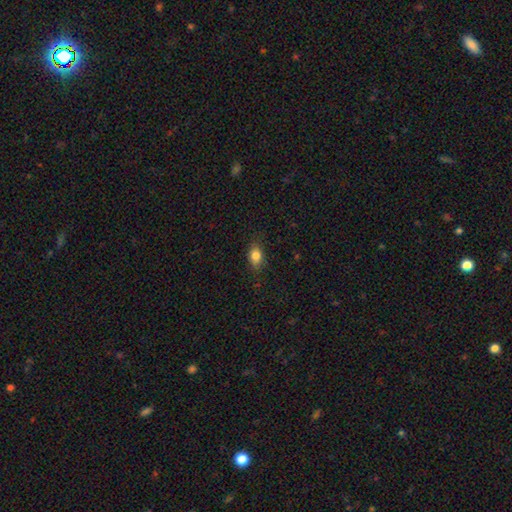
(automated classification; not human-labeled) A smooth galaxy with no disk features (83%) that is in between round and cigar-shaped (77%).

Vote fractions:
- Smooth or featured? smooth: 83% / star or artifact: 9% / featured or disk: 8%
- How rounded? in between: 77% / round: 19% / cigar-shaped: 4%
- Merging? none: 81% / minor disturbance: 15% / major disturbance: 3% / merger: 1%